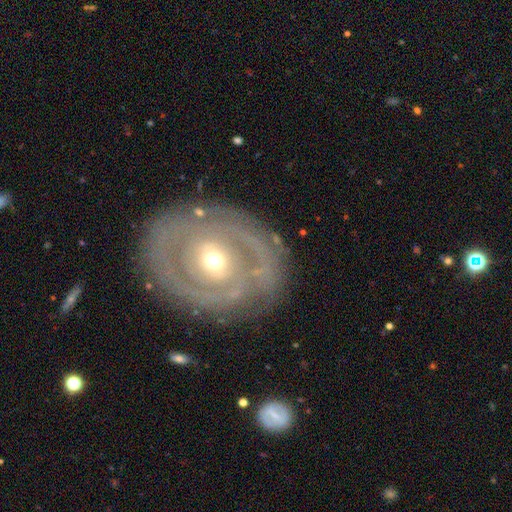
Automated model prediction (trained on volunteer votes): A featured or disk galaxy (81%) with no bar (69%), 2 (35%, tied with can't tell) tight (70%) spiral arms (72%) and a moderate central bulge (63%).

Vote fractions:
- Smooth or featured? featured or disk: 81% / smooth: 13% / star or artifact: 5%
- Edge-on disk? no: 96% / yes: 4%
- Bar? no: 69% / weak: 22% / strong: 9%
- Spiral arms? yes: 72% / no: 28%
- Spiral winding? tight: 70% / medium: 22% / loose: 8%
- Spiral arm count? 2: 35% (tied) / can't tell: 35% (tied) / 3: 12% / 1: 7% / 4: 6% / more than 4: 5%
- Bulge size? moderate: 63% / small: 30% / large: 4% / dominant: 1% / none: 1%
- Merging? none: 78% / minor disturbance: 14% / major disturbance: 7% / merger: 2%